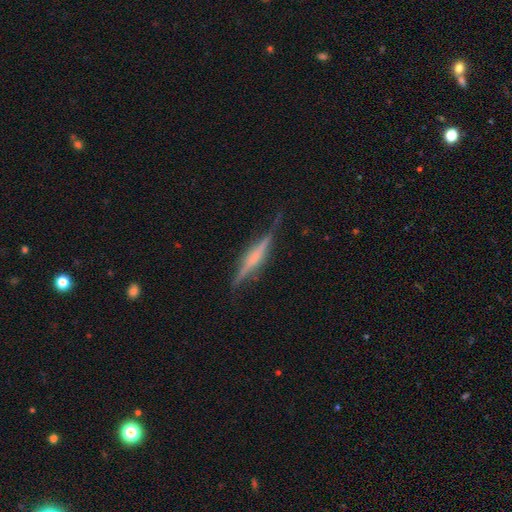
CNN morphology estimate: The model was most divided on "edge-on bulge": rounded: 50%, boxy: 31%, none: 18%. More confident: edge-on disk — yes (97%); merging — none (80%); smooth or featured — featured or disk (75%).